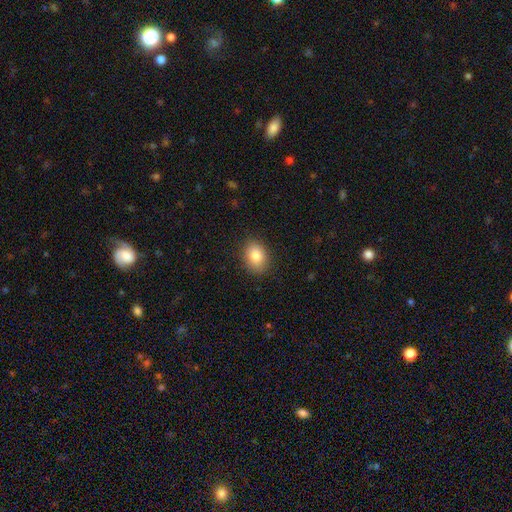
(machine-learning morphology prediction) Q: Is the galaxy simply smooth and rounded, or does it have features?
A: smooth — 83%.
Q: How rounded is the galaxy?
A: in between — 69%.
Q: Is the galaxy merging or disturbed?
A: none — 88%.